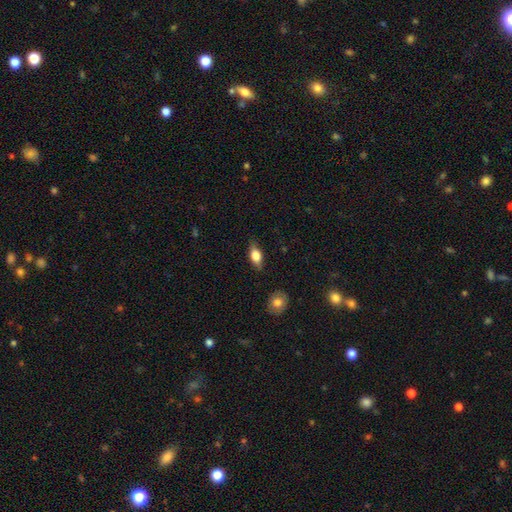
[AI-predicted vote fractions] smooth_or_featured: smooth (p=0.72) [alt: featured or disk p=0.21]
how_rounded: in between (p=0.81) [alt: cigar-shaped p=0.11]
merging: none (p=0.81) [alt: minor disturbance p=0.15]